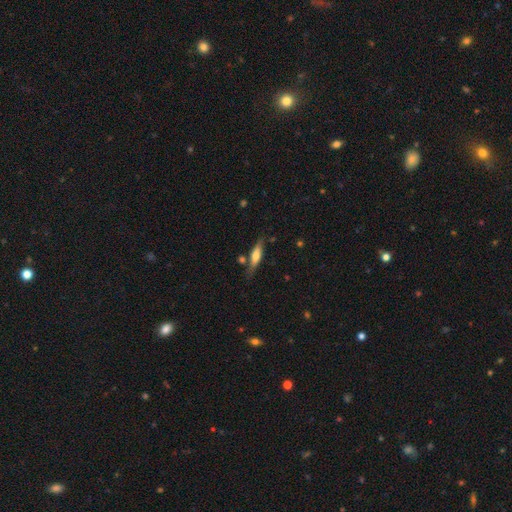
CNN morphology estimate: Smooth or featured? smooth (48%)
Merging? none (72%)